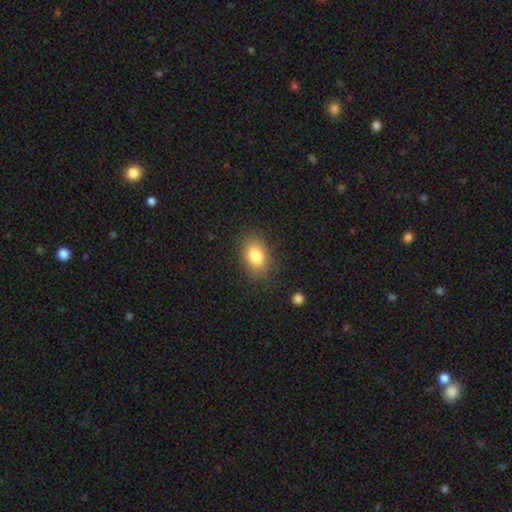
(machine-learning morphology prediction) smooth_or_featured: smooth (p=0.82) [alt: featured or disk p=0.09]
how_rounded: in between (p=0.77) [alt: round p=0.22]
merging: none (p=0.85) [alt: minor disturbance p=0.10]